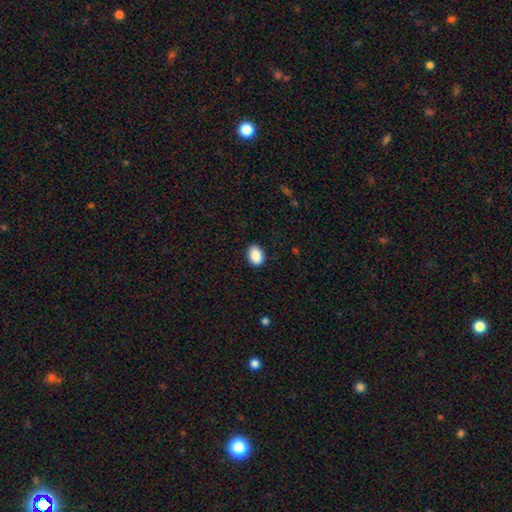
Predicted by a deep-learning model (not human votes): smooth-or-featured: smooth: 90% | star or artifact: 7% | featured or disk: 3%
  how-rounded: in between: 82% | round: 17% | cigar-shaped: 1%
  merging: none: 88% | minor disturbance: 9% | major disturbance: 2% | merger: 1%